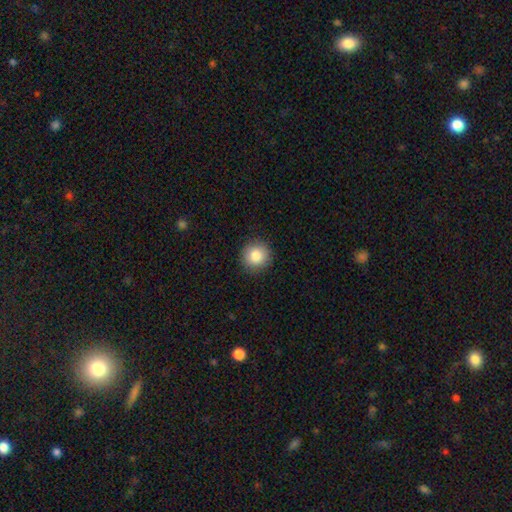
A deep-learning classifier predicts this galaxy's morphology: smooth_or_featured: smooth (p=0.84) [alt: star or artifact p=0.09]
how_rounded: round (p=0.94) [alt: in between p=0.05]
merging: none (p=0.91) [alt: minor disturbance p=0.06]